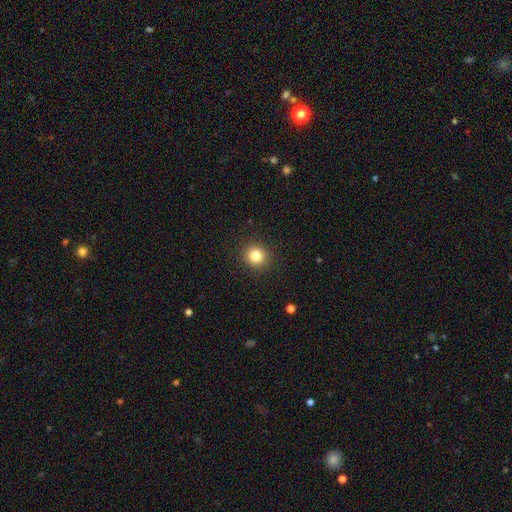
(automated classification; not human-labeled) Smooth or featured?
  - smooth: 82% *
  - star or artifact: 12%
  - featured or disk: 6%
How rounded?
  - round: 89% *
  - in between: 10%
  - cigar-shaped: 1%
Merging?
  - none: 91% *
  - minor disturbance: 6%
  - major disturbance: 2%
  - merger: 1%